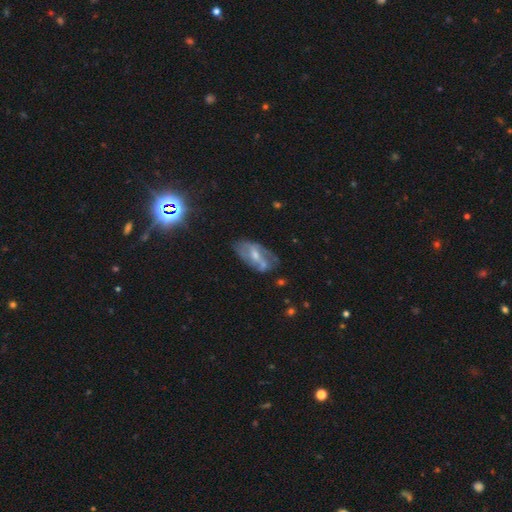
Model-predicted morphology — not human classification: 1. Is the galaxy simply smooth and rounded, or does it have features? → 60% featured or disk, 30% smooth, 10% star or artifact.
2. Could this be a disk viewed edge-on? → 89% no, 11% yes.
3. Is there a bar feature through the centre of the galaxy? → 42% no, 39% weak, 19% strong.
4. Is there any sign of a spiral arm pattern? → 52% no, 48% yes.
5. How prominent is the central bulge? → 50% moderate, 38% small, 7% none, 4% large, 1% dominant.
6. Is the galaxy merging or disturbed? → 51% none, 25% minor disturbance, 14% major disturbance, 10% merger.